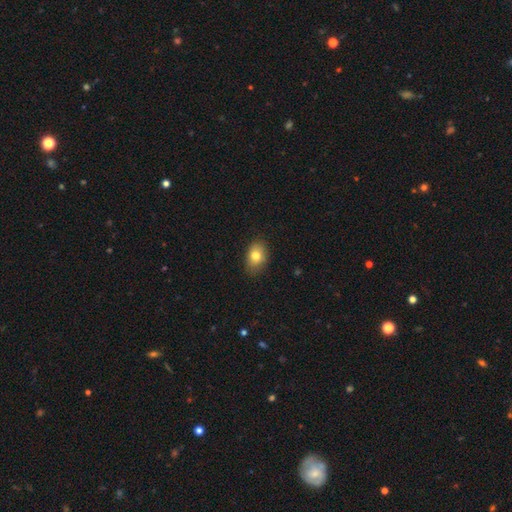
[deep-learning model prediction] Smooth or featured? Predicted: smooth (p=0.80). How rounded? Predicted: in between (p=0.78). Merging? Predicted: none (p=0.83).